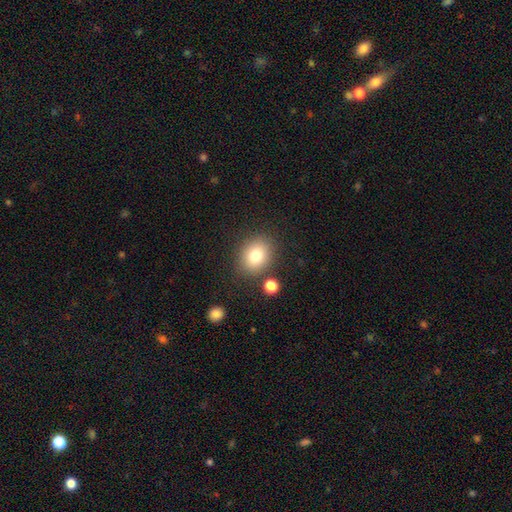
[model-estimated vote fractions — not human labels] smooth-or-featured: smooth: 80% | star or artifact: 11% | featured or disk: 10%
  how-rounded: round: 53% | in between: 46% | cigar-shaped: 1%
  merging: none: 82% | minor disturbance: 10% | merger: 5% | major disturbance: 3%